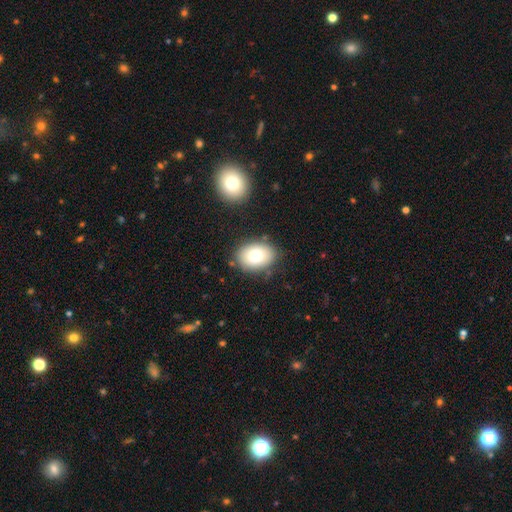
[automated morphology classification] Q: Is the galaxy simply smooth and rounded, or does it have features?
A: smooth — 75%.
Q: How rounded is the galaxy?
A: in between — 73%.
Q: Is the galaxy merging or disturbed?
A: none — 82%.